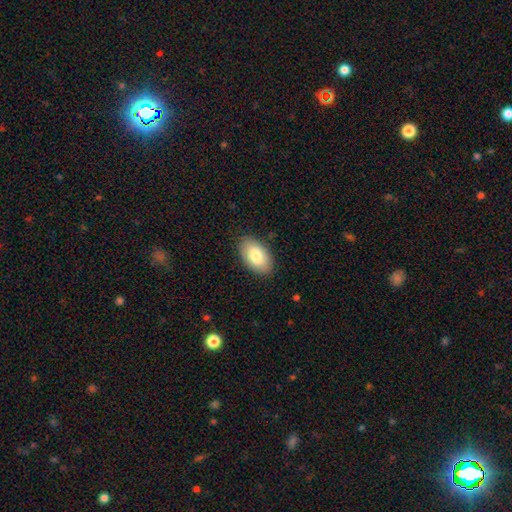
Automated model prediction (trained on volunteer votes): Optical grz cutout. It shows a smooth galaxy with no disk features (81%) that is in between round and cigar-shaped (94%). Merging: none (86%).